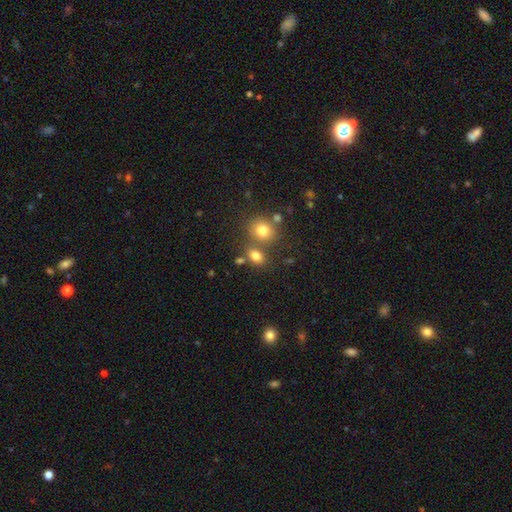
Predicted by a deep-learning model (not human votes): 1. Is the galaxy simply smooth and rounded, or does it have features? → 77% smooth, 14% star or artifact, 9% featured or disk.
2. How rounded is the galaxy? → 60% in between, 38% round, 2% cigar-shaped.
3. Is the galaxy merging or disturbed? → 59% none, 25% merger, 11% minor disturbance, 4% major disturbance.